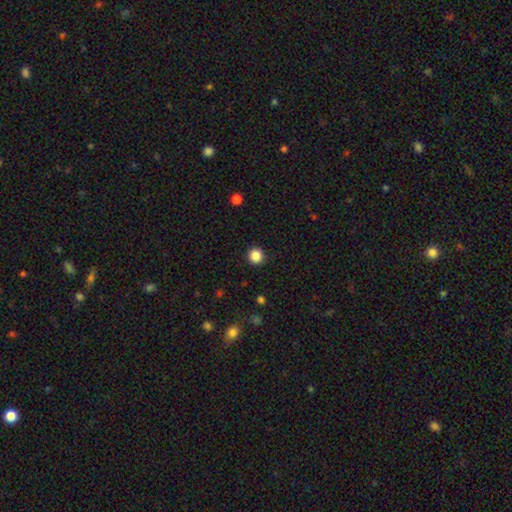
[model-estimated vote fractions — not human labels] Smooth or featured?
  - smooth: 87% *
  - star or artifact: 10%
  - featured or disk: 3%
How rounded?
  - round: 94% *
  - in between: 5%
  - cigar-shaped: 1%
Merging?
  - none: 92% *
  - minor disturbance: 5%
  - major disturbance: 2%
  - merger: 1%